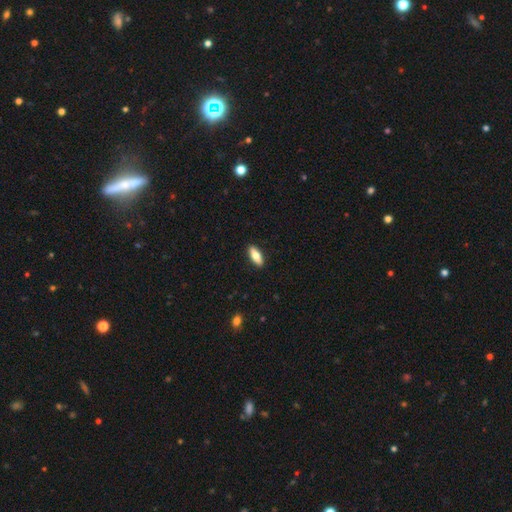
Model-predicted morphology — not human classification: The model was most divided on "how rounded": in between: 69%, cigar-shaped: 28%, round: 2%. More confident: merging — none (90%); smooth or featured — smooth (71%).